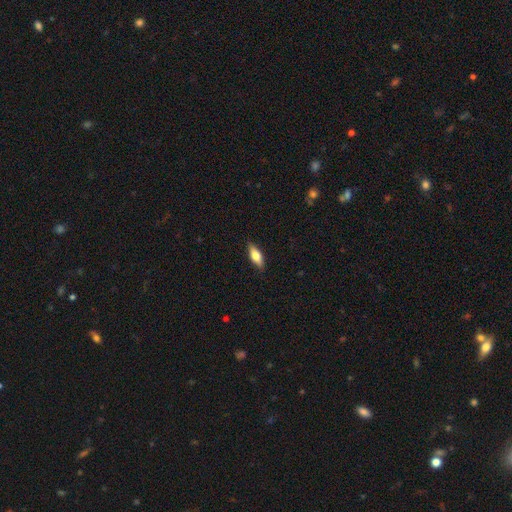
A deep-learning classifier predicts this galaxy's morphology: Overall: smooth (62%; featured or disk 32%). How rounded: in between (68%; cigar-shaped 29%). Merging: none (87%).